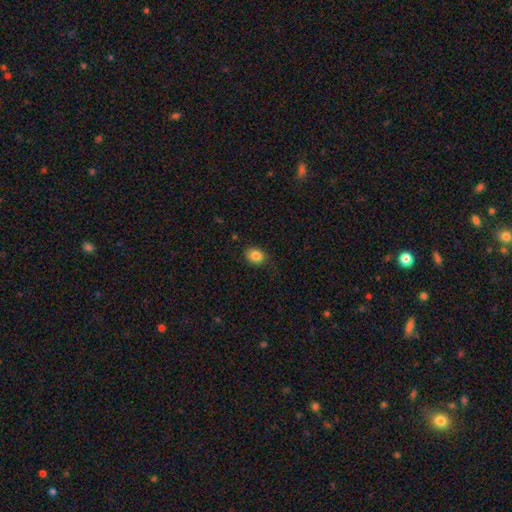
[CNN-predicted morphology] Smooth or featured? Predicted: smooth (p=0.84). How rounded? Predicted: round (p=0.51). Merging? Predicted: none (p=0.85).